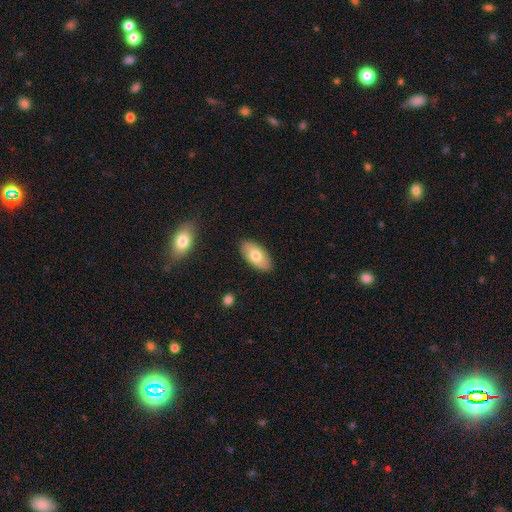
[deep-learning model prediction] Smooth or featured? smooth (73%)
How rounded? in between (94%)
Merging? none (87%)